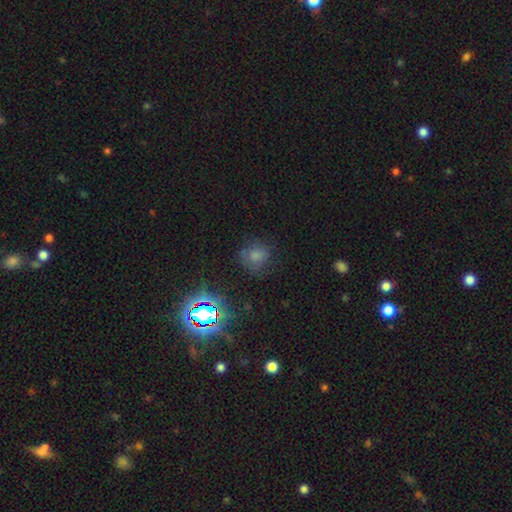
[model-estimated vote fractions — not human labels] Smooth or featured?
  - smooth: 66% *
  - star or artifact: 24%
  - featured or disk: 10%
How rounded?
  - round: 79% *
  - in between: 20%
  - cigar-shaped: 1%
Merging?
  - none: 68% *
  - minor disturbance: 20%
  - major disturbance: 10%
  - merger: 2%